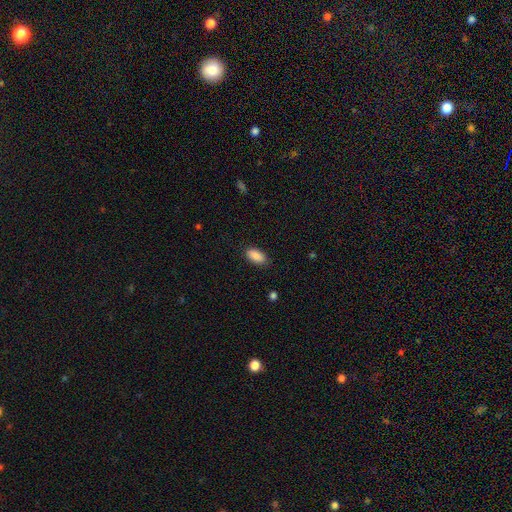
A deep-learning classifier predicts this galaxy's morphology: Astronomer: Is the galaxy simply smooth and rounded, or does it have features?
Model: smooth — 89%.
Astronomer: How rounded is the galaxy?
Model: in between — 93%.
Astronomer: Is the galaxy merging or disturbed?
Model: none — 84%.